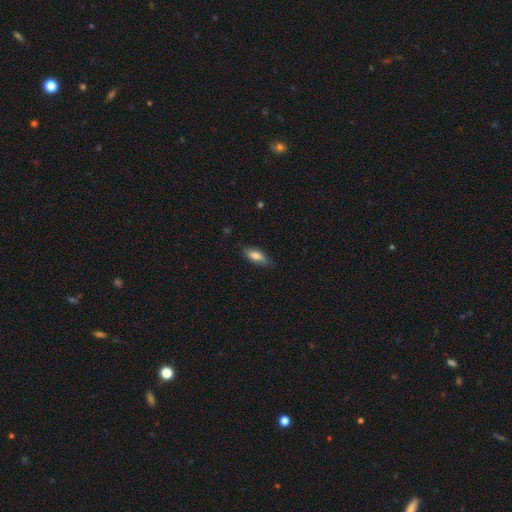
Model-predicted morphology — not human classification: smooth 78%, featured or disk 15%, star or artifact 7%. Down the decision tree: how rounded — in between (76%); merging — none (76%).